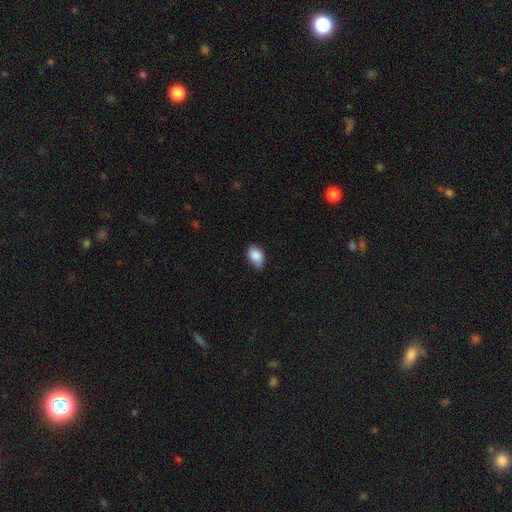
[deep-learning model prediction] Morphology: type=smooth (87%); roundness=in between (87%); merging=none (75%).